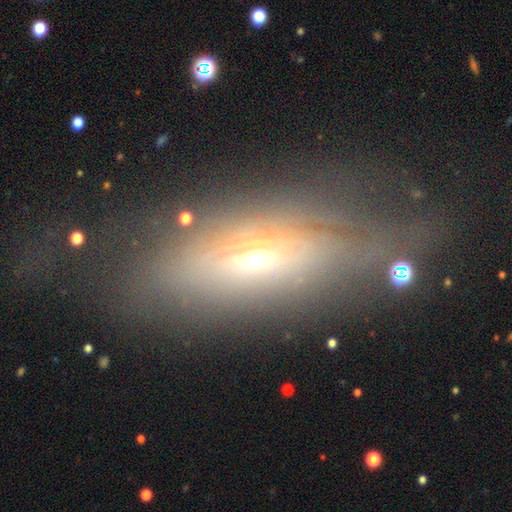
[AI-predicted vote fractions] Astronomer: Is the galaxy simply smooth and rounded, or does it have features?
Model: featured or disk — 49% (runner-up: smooth, 36%).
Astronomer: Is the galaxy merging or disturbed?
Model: none — 58%.